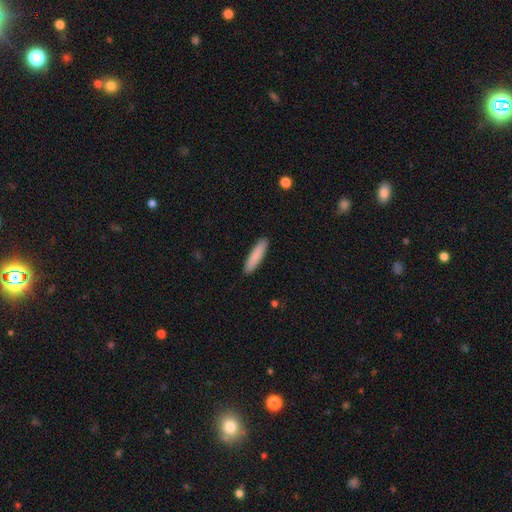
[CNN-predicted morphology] The model was most divided on "how rounded": cigar-shaped: 83%, in between: 16%, round: 1%. More confident: merging — none (91%); smooth or featured — smooth (86%).